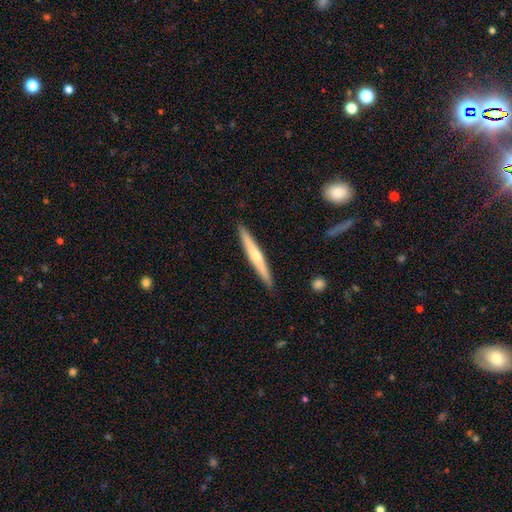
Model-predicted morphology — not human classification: Smooth or featured?
  - featured or disk: 53% *
  - smooth: 42%
  - star or artifact: 5%
Edge-on disk?
  - yes: 97% *
  - no: 3%
Edge-on bulge?
  - rounded: 64% *
  - none: 31%
  - boxy: 6%
Merging?
  - none: 91% *
  - minor disturbance: 7%
  - major disturbance: 1%
  - merger: 1%